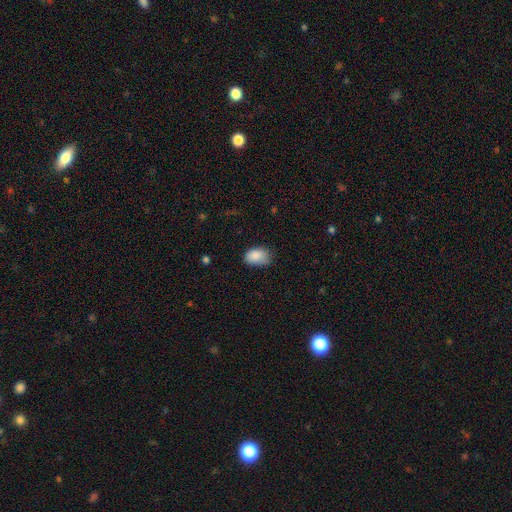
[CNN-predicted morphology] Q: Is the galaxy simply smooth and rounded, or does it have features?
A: smooth — 87%.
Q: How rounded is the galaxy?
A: in between — 84%.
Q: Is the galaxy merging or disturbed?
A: none — 62%.